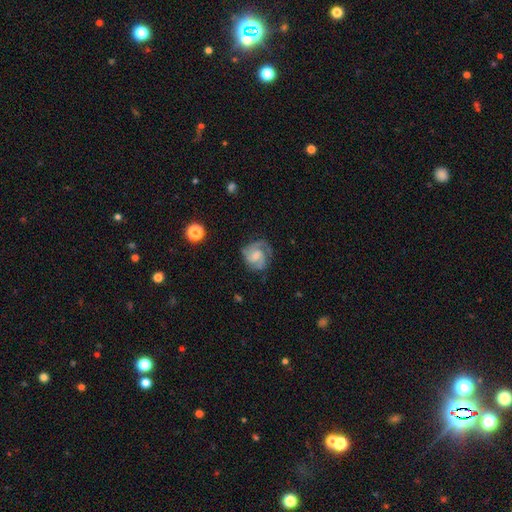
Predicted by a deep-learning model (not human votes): featured or disk 77%, smooth 17%, star or artifact 7%. Down the decision tree: edge-on disk — no (98%); bar — weak (47%); spiral arms — yes (94%); spiral arm count — 2 (54%); spiral winding — medium (45%); bulge size — small (34%); merging — none (67%).